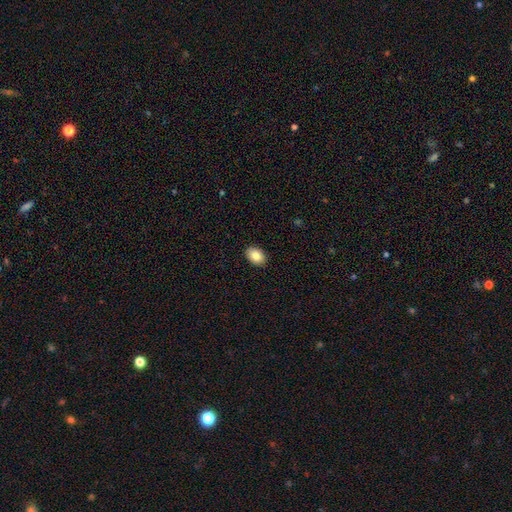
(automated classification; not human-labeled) This appears to be a smooth galaxy with no disk features (83%) that is in between round and cigar-shaped (81%). Merging: none (91%).